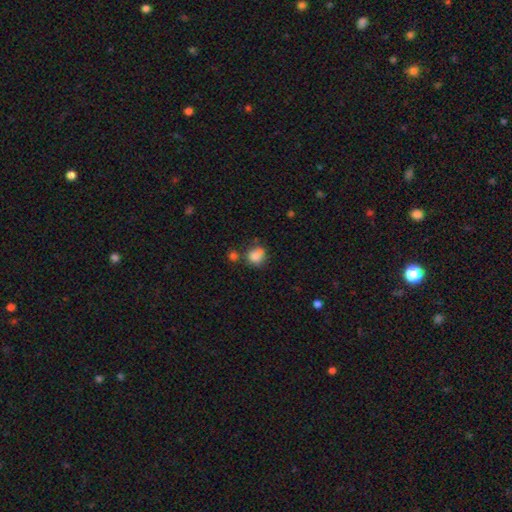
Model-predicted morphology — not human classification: Smooth or featured: smooth — 83% (star or artifact — 10%)
How rounded: round — 72% (in between — 27%)
Merging: none — 56% (minor disturbance — 22%)